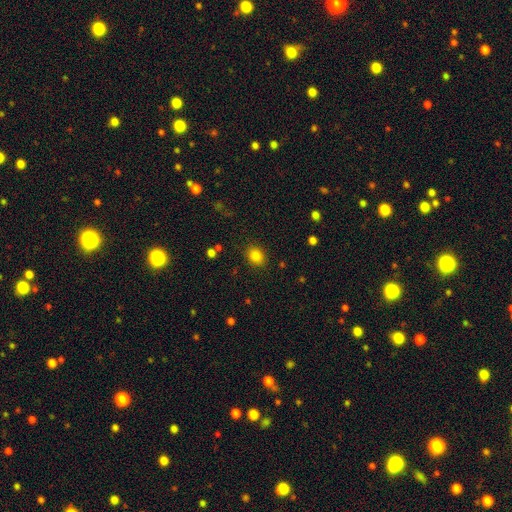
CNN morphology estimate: This is clearly a smooth galaxy (83%). How rounded: possibly round (52%). Merging: clearly none (87%).